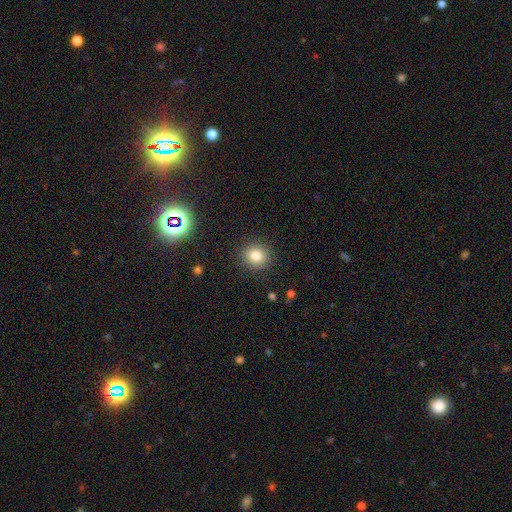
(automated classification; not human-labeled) A smooth galaxy with no disk features (82%) that is round (82%).

Vote fractions:
- Smooth or featured? smooth: 82% / star or artifact: 12% / featured or disk: 6%
- How rounded? round: 82% / in between: 17% / cigar-shaped: 1%
- Merging? none: 89% / minor disturbance: 7% / major disturbance: 3% / merger: 1%